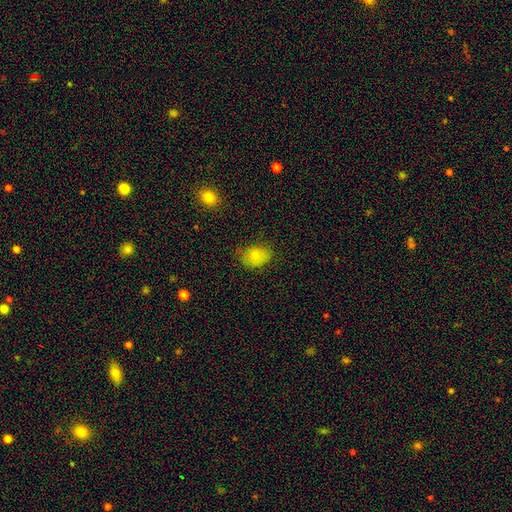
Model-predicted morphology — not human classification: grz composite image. It shows a smooth galaxy with no disk features (77%) that is in between round and cigar-shaped (63%). Merging: none (73%).